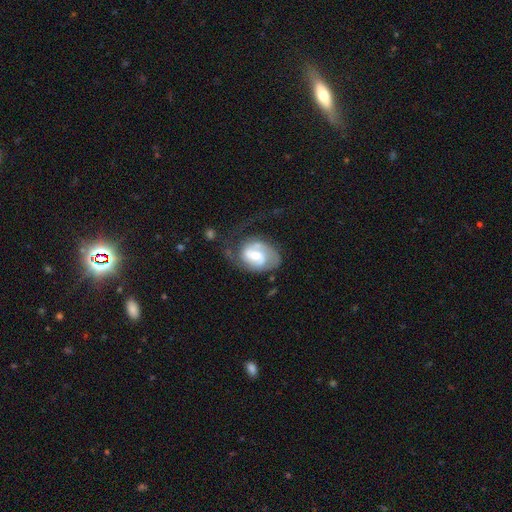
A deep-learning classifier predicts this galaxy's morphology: Smooth or featured? Predicted: featured or disk (p=0.78). Edge-on disk? Predicted: no (p=0.97). Bar? Predicted: weak (p=0.49). Spiral arms? Predicted: yes (p=0.92). Spiral winding? Predicted: medium (p=0.42). Spiral arm count? Predicted: 2 (p=0.62). Bulge size? Predicted: moderate (p=0.57). Merging? Predicted: none (p=0.43).